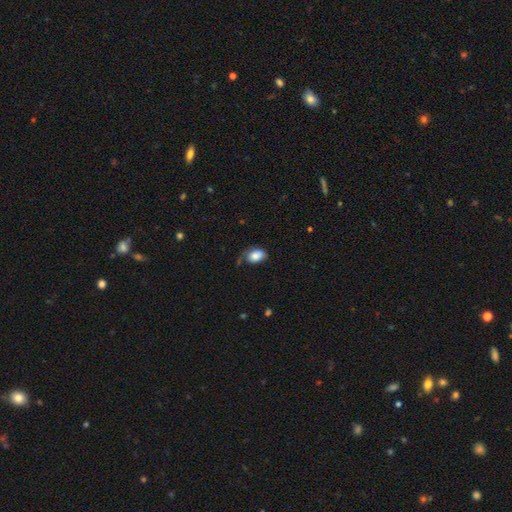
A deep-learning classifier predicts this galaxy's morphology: Smooth or featured?
  - smooth: 83% *
  - featured or disk: 9%
  - star or artifact: 7%
How rounded?
  - in between: 83% *
  - round: 15%
  - cigar-shaped: 1%
Merging?
  - none: 51% *
  - minor disturbance: 31%
  - major disturbance: 14%
  - merger: 4%